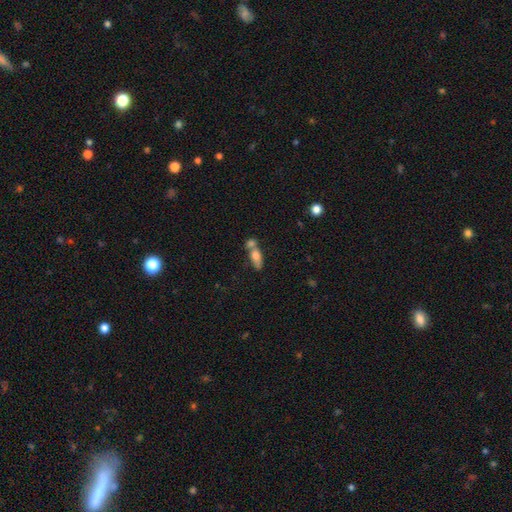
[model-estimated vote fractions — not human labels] Q: Smooth or featured?
A: smooth (72%); runner-up: featured or disk (20%)
Q: How rounded?
A: in between (74%); runner-up: cigar-shaped (20%)
Q: Merging?
A: merger (53%); runner-up: none (31%)